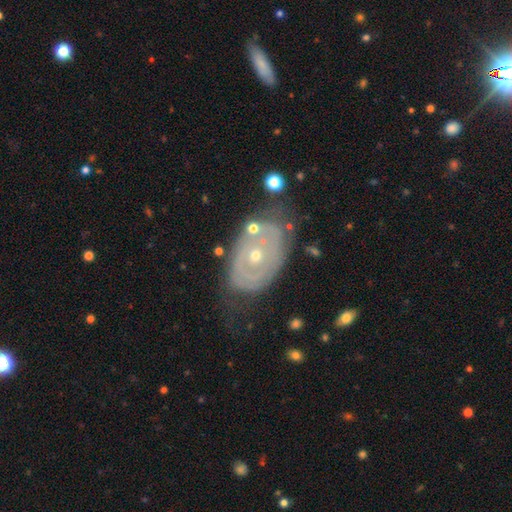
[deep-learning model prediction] This is likely a featured or disk galaxy (74%). It is clearly not viewed edge-on (94%). Bar: clearly no (88%). Spiral arm pattern: possibly yes (51%). Central bulge: likely small (62%). Merging: likely none (62%).